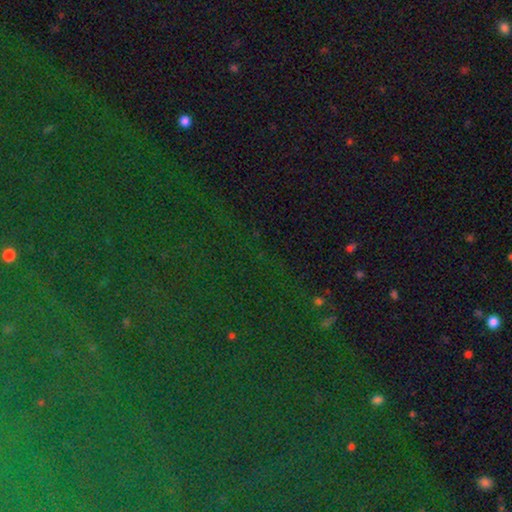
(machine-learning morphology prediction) smooth_or_featured: star or artifact (p=0.84) [alt: featured or disk p=0.08]